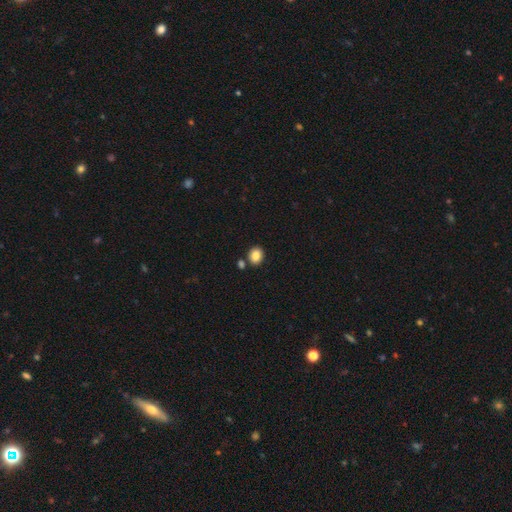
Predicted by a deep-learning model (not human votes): smooth 86%, star or artifact 9%, featured or disk 5%. Down the decision tree: how rounded — round (54%); merging — none (78%).